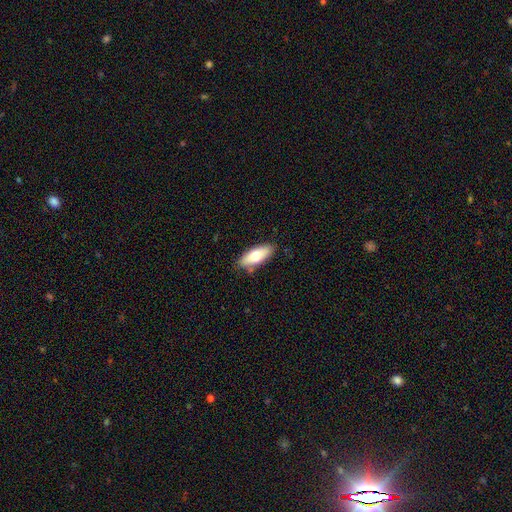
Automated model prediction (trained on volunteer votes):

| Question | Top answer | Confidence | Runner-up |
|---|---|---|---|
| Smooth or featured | smooth | 70% | featured or disk (24%) |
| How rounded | in between | 75% | cigar-shaped (22%) |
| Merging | none | 84% | minor disturbance (12%) |